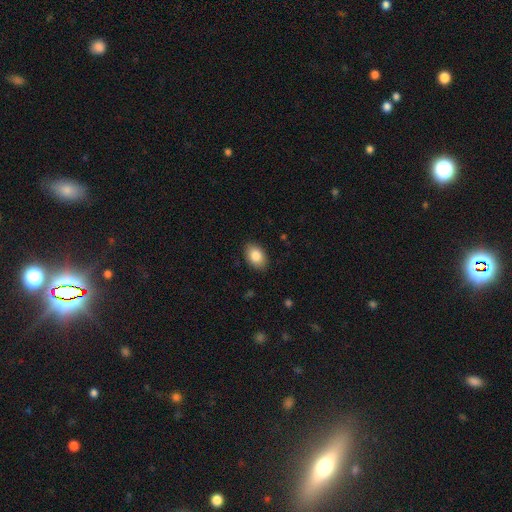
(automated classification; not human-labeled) A smooth galaxy with no disk features (84%) that is in between round and cigar-shaped (87%).

Vote fractions:
- Smooth or featured? smooth: 84% / featured or disk: 8% / star or artifact: 7%
- How rounded? in between: 87% / round: 12% / cigar-shaped: 1%
- Merging? none: 88% / minor disturbance: 9% / major disturbance: 2% / merger: 1%